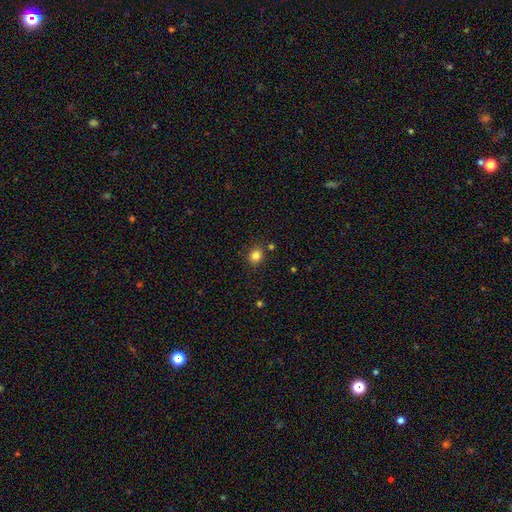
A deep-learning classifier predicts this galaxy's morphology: This appears to be a smooth galaxy with no disk features (83%) that is round (72%). Merging: none (83%).